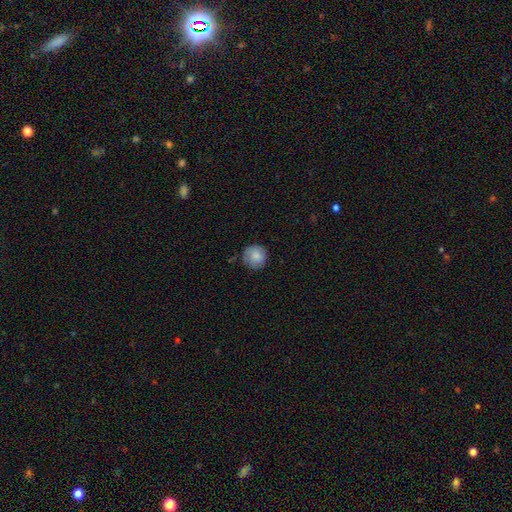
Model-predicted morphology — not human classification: Q: Smooth or featured?
A: smooth (85%); runner-up: star or artifact (8%)
Q: How rounded?
A: round (94%); runner-up: in between (5%)
Q: Merging?
A: none (78%); runner-up: minor disturbance (18%)